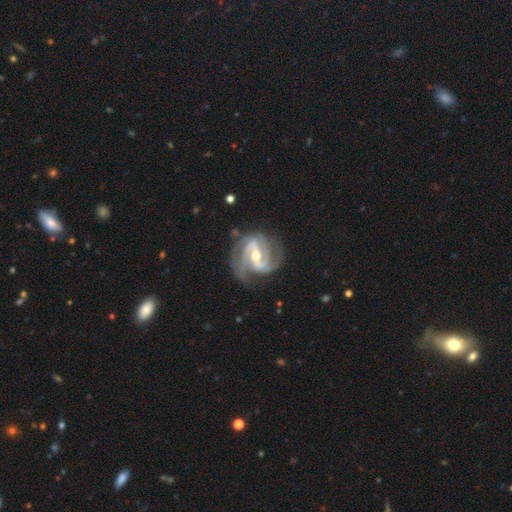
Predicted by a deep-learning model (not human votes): Q: Smooth or featured?
A: featured or disk (92%); runner-up: star or artifact (4%)
Q: Edge-on disk?
A: no (98%); runner-up: yes (2%)
Q: Bar?
A: strong (47%); runner-up: weak (39%)
Q: Spiral arms?
A: yes (98%); runner-up: no (2%)
Q: Spiral winding?
A: medium (51%); runner-up: tight (37%)
Q: Spiral arm count?
A: 3 (41%); runner-up: 2 (37%)
Q: Bulge size?
A: moderate (58%); runner-up: small (38%)
Q: Merging?
A: none (72%); runner-up: minor disturbance (18%)